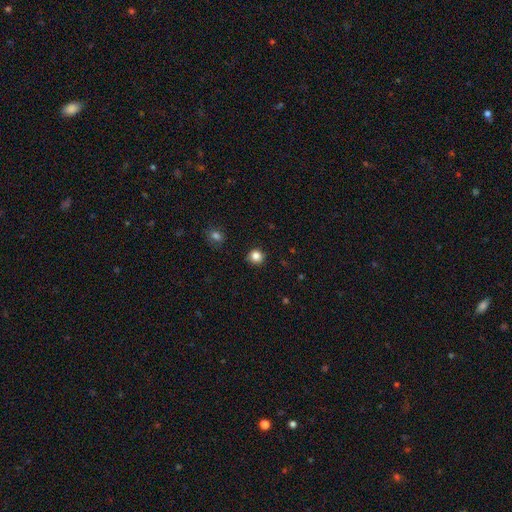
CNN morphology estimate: The model was most divided on "smooth or featured": smooth: 83%, star or artifact: 12%, featured or disk: 5%. More confident: how rounded — round (92%); merging — none (90%).